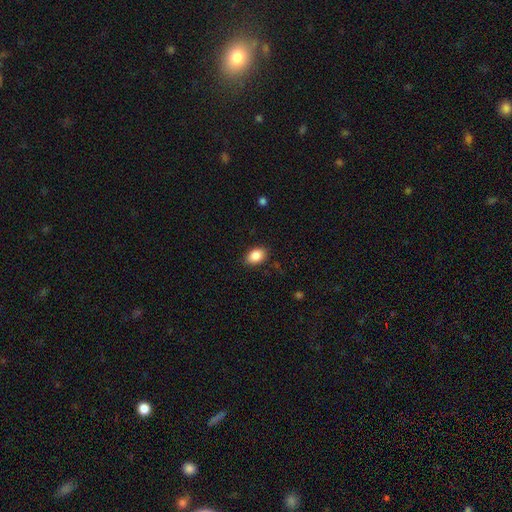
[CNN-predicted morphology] type=smooth (88%); roundness=in between (82%); merging=none (86%).